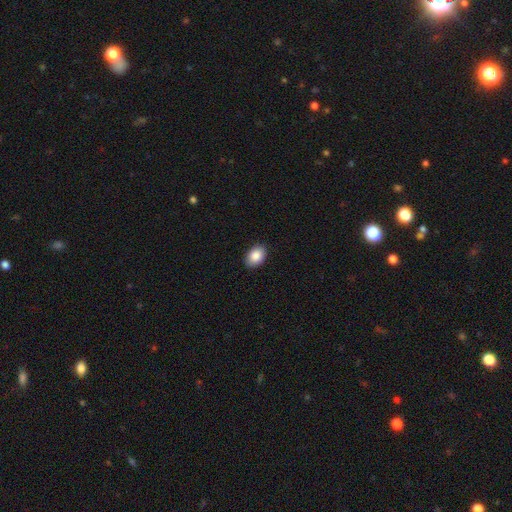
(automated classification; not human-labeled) smooth_or_featured: smooth (p=0.88) [alt: star or artifact p=0.07]
how_rounded: in between (p=0.82) [alt: round p=0.17]
merging: none (p=0.88) [alt: minor disturbance p=0.09]